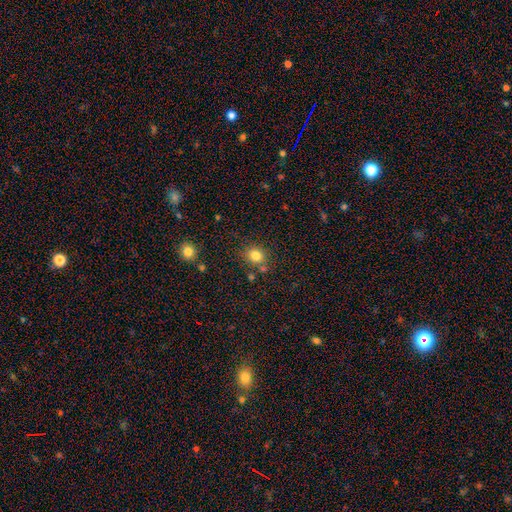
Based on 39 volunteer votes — Q: Smooth or featured?
A: smooth (85%); runner-up: star or artifact (10%)
Q: How rounded?
A: round (91%); runner-up: in between (9%)
Q: Merging?
A: none (89%); runner-up: minor disturbance (6%)